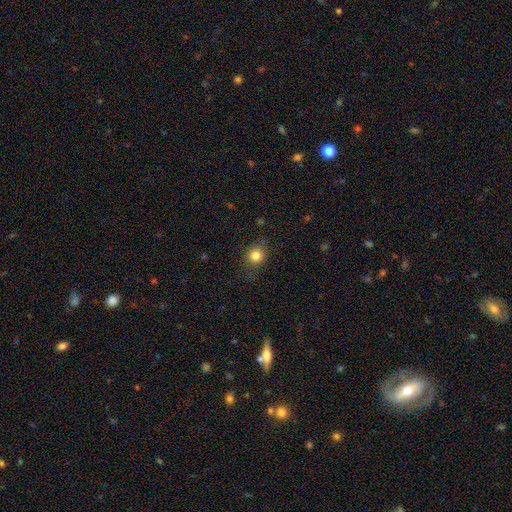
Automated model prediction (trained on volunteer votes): A smooth galaxy with no disk features (82%) that is round (77%). Merging: none (80%).